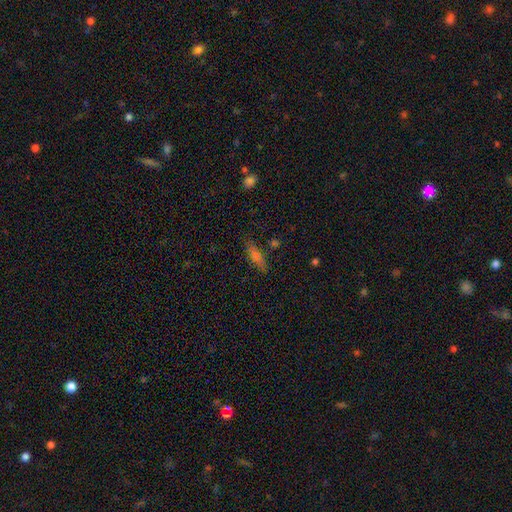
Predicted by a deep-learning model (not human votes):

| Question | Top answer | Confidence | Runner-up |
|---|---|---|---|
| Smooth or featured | smooth | 63% | featured or disk (22%) |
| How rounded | cigar-shaped | 58% | in between (39%) |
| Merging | none | 80% | minor disturbance (13%) |